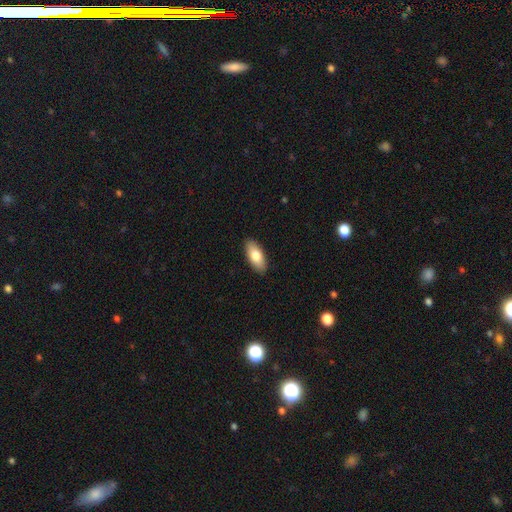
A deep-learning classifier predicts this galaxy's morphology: Smooth or featured? smooth (79%)
How rounded? in between (85%)
Merging? none (90%)